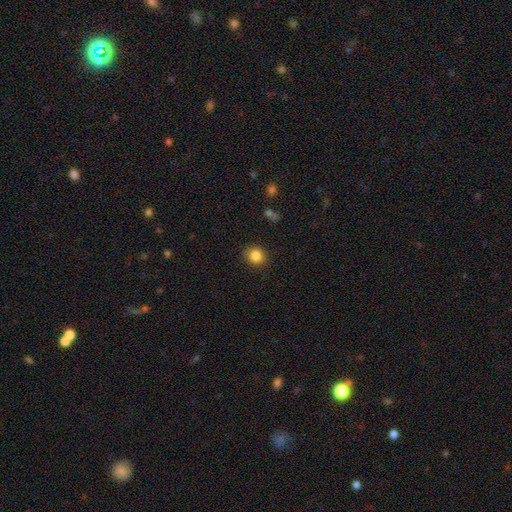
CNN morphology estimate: Q: Smooth or featured?
A: smooth (85%); runner-up: star or artifact (10%)
Q: How rounded?
A: round (85%); runner-up: in between (14%)
Q: Merging?
A: none (89%); runner-up: minor disturbance (8%)